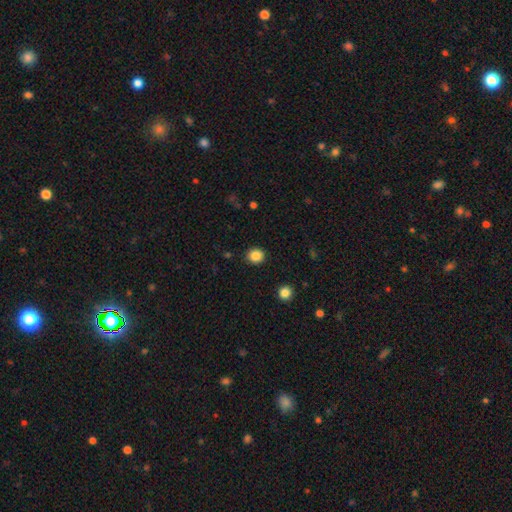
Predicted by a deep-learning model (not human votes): Morphology: type=smooth (86%); roundness=round (85%); merging=none (90%).